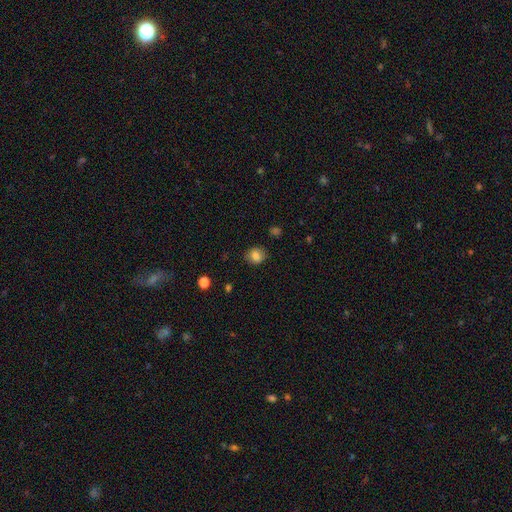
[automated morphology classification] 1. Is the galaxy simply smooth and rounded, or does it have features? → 81% smooth, 10% star or artifact, 9% featured or disk.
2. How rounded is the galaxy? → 61% round, 38% in between, 1% cigar-shaped.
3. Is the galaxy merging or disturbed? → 82% none, 13% minor disturbance, 3% major disturbance, 1% merger.